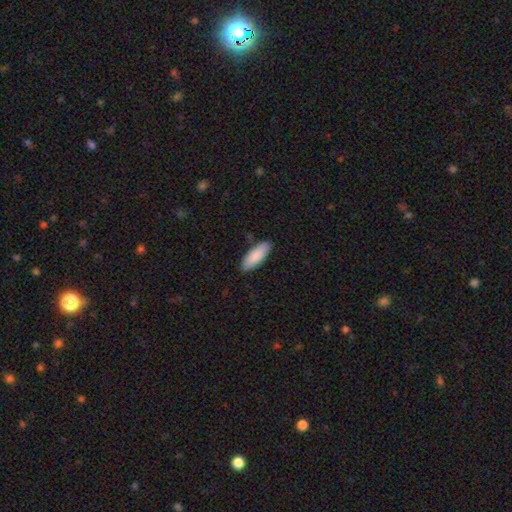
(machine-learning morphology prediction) smooth-or-featured: smooth: 88% | featured or disk: 7% | star or artifact: 5%
  how-rounded: in between: 68% | cigar-shaped: 31% | round: 1%
  merging: none: 86% | minor disturbance: 11% | major disturbance: 2% | merger: 2%